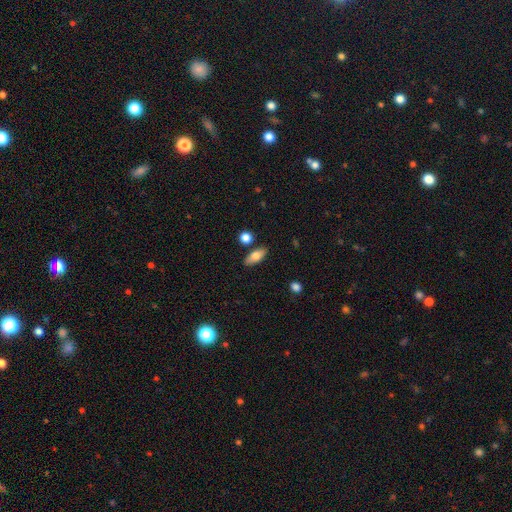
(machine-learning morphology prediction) Overall: smooth (74%). How rounded: in between (81%). Merging: none (83%).